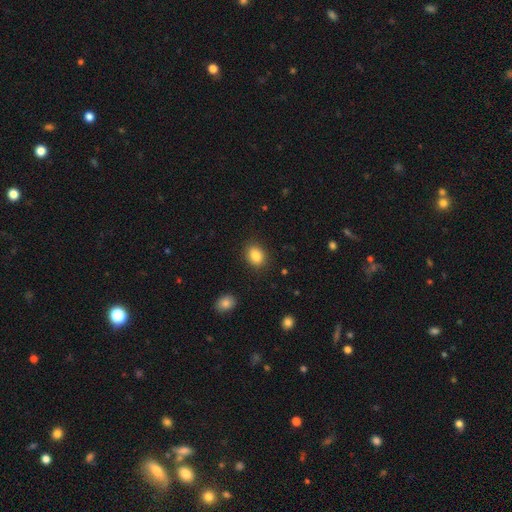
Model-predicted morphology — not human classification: type=smooth (86%); roundness=in between (62%); merging=none (87%).